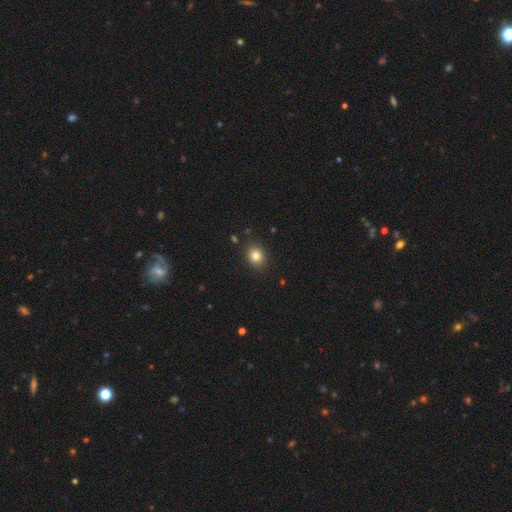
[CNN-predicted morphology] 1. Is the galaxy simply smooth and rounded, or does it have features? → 83% smooth, 11% star or artifact, 6% featured or disk.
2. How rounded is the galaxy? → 56% round, 43% in between, 1% cigar-shaped.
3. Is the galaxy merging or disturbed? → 87% none, 9% minor disturbance, 2% major disturbance, 2% merger.